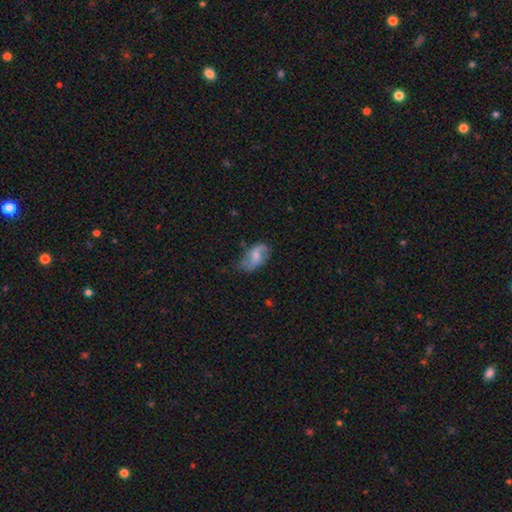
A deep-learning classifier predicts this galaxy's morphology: This appears to be a featured or disk galaxy (48%). Merging: none (54%).